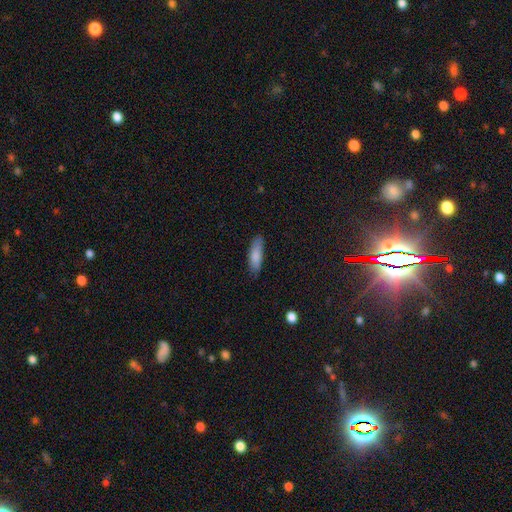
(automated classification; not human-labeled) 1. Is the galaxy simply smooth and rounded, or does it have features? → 85% smooth, 9% featured or disk, 6% star or artifact.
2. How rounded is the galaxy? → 50% in between, 48% cigar-shaped, 2% round.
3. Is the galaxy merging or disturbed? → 81% none, 15% minor disturbance, 3% major disturbance, 1% merger.